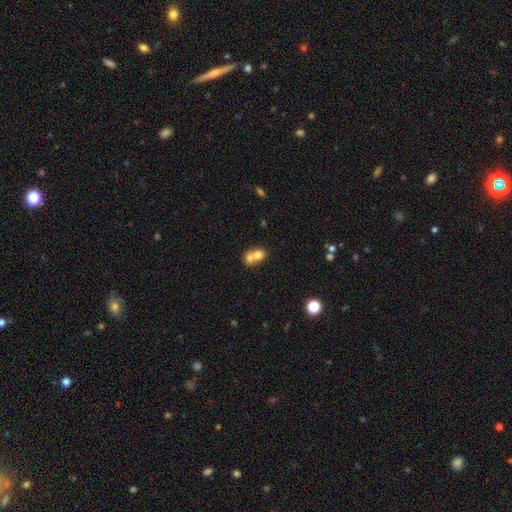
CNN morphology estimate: smooth-or-featured: smooth: 71% | featured or disk: 19% | star or artifact: 10%
  how-rounded: round: 53% | in between: 45% | cigar-shaped: 1%
  merging: merger: 69% | none: 23% | minor disturbance: 6% | major disturbance: 3%